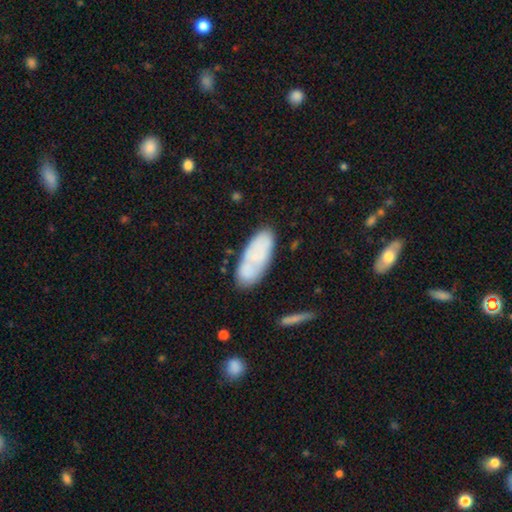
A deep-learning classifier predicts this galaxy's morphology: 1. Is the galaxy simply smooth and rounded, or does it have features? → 65% smooth, 26% featured or disk, 8% star or artifact.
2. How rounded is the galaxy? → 81% in between, 17% cigar-shaped, 2% round.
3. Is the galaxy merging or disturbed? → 70% none, 18% minor disturbance, 6% merger, 5% major disturbance.